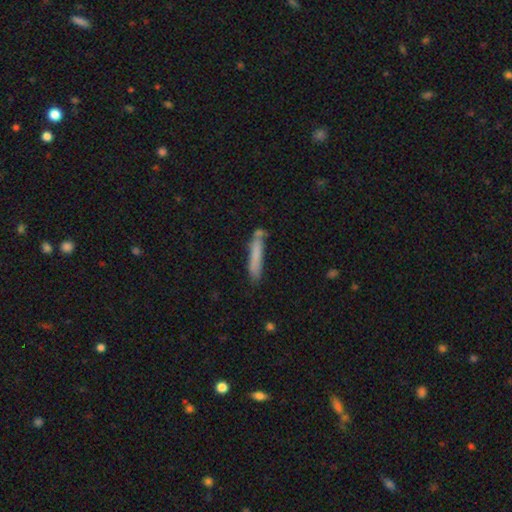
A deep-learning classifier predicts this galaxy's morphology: Smooth or featured? smooth (75%)
How rounded? cigar-shaped (92%)
Merging? none (67%)